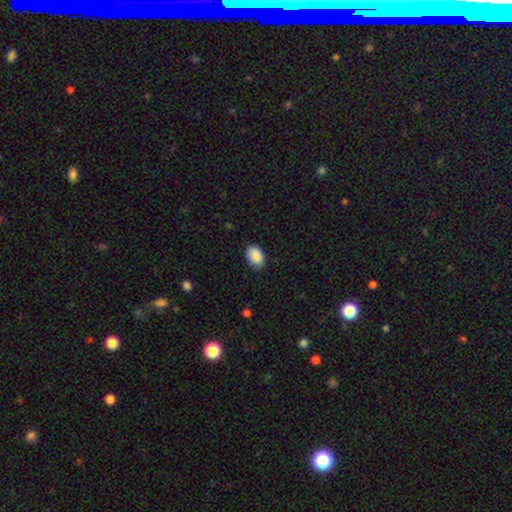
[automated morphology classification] smooth 90%, star or artifact 7%, featured or disk 3%. Down the decision tree: how rounded — in between (87%); merging — none (81%).